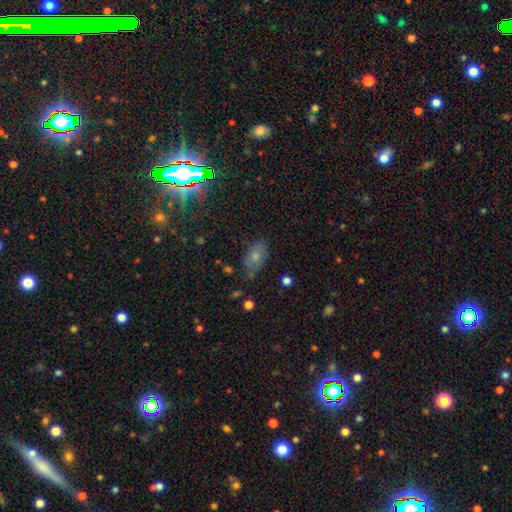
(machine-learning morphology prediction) The model was most divided on "smooth or featured": smooth: 51%, star or artifact: 27%, featured or disk: 22%. More confident: how rounded — in between (86%); merging — none (70%).